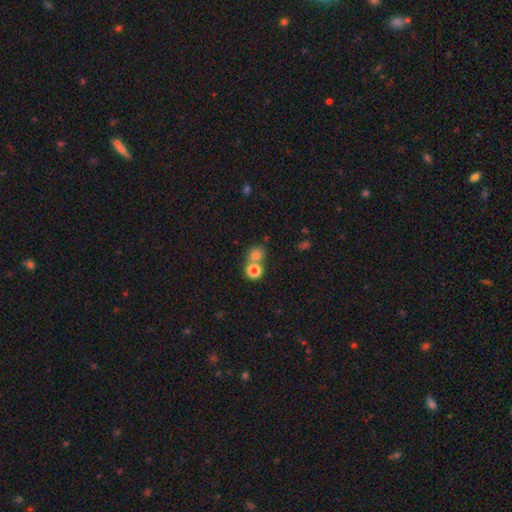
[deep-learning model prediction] smooth 75%, star or artifact 16%, featured or disk 9%. Down the decision tree: how rounded — round (76%); merging — none (51%).